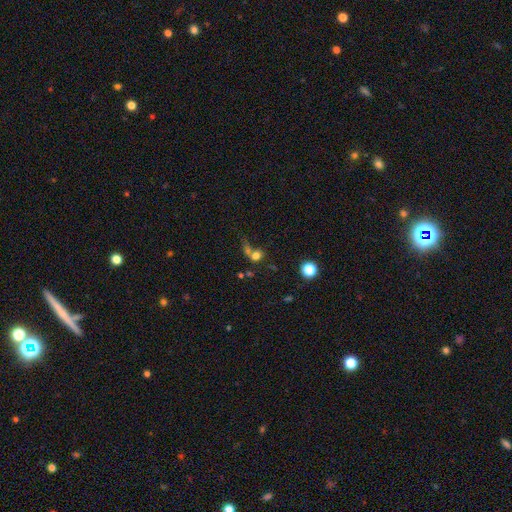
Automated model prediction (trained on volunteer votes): A smooth galaxy with no disk features (70%) that is round (67%).

Vote fractions:
- Smooth or featured? smooth: 70% / star or artifact: 17% / featured or disk: 13%
- How rounded? round: 67% / in between: 31% / cigar-shaped: 2%
- Merging? merger: 44% / none: 34% / major disturbance: 13% / minor disturbance: 10%